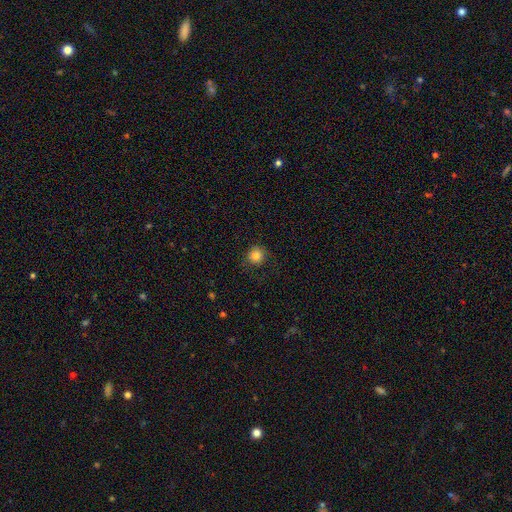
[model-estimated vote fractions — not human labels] Smooth or featured? Predicted: smooth (p=0.82). How rounded? Predicted: round (p=0.93). Merging? Predicted: none (p=0.85).